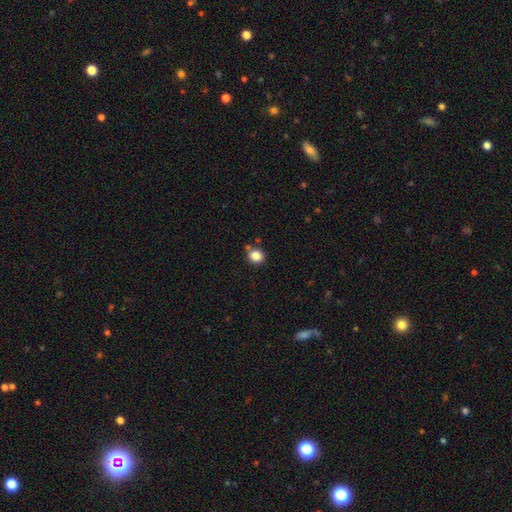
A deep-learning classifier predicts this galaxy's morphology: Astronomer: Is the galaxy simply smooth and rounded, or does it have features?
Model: smooth — 84%.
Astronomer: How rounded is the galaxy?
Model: round — 83%.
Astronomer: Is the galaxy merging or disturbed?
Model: none — 79%.